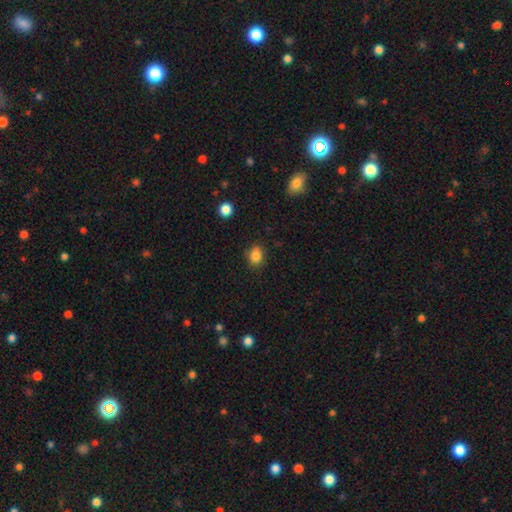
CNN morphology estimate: A smooth galaxy with no disk features (85%) that is in between round and cigar-shaped (55%).

Vote fractions:
- Smooth or featured? smooth: 85% / star or artifact: 11% / featured or disk: 5%
- How rounded? in between: 55% / round: 44% / cigar-shaped: 1%
- Merging? none: 83% / minor disturbance: 13% / major disturbance: 3% / merger: 1%